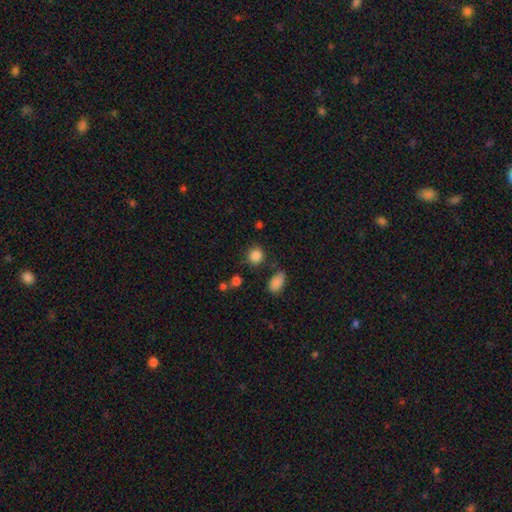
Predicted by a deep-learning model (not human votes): Smooth or featured? smooth (85%)
How rounded? round (85%)
Merging? none (81%)